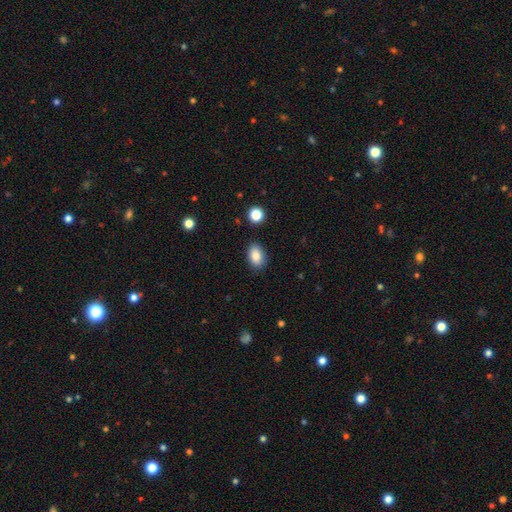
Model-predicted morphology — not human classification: Overall: smooth (86%). How rounded: in between (86%). Merging: none (86%).